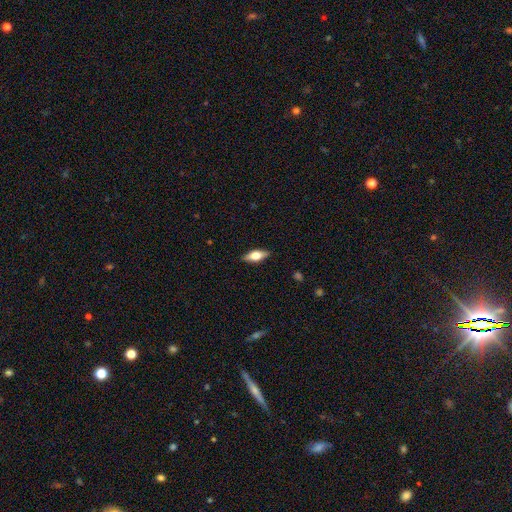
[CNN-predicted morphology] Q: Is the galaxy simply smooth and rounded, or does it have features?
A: smooth — 61%.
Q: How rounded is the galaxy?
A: in between — 73%.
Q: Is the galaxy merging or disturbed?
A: none — 88%.